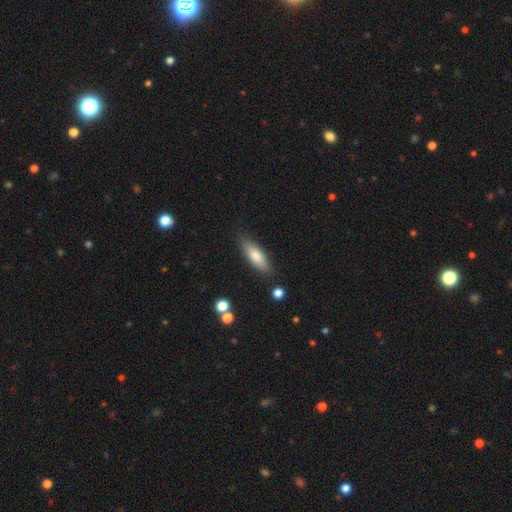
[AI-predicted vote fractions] smooth 76%, featured or disk 18%, star or artifact 6%. Down the decision tree: how rounded — in between (55%); merging — none (82%).